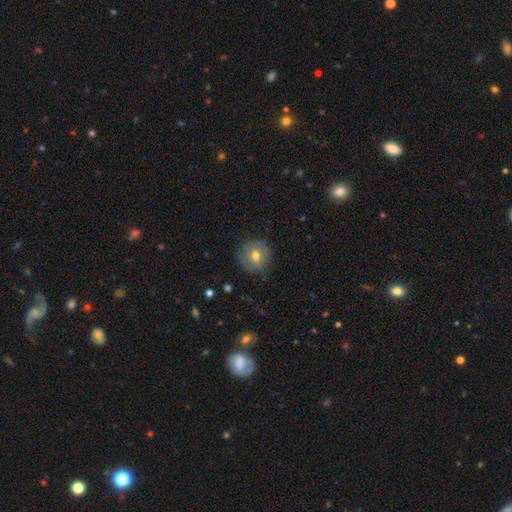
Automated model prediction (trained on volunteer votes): Smooth or featured: smooth — 62% (featured or disk — 28%)
How rounded: round — 89% (in between — 10%)
Merging: none — 77% (minor disturbance — 16%)